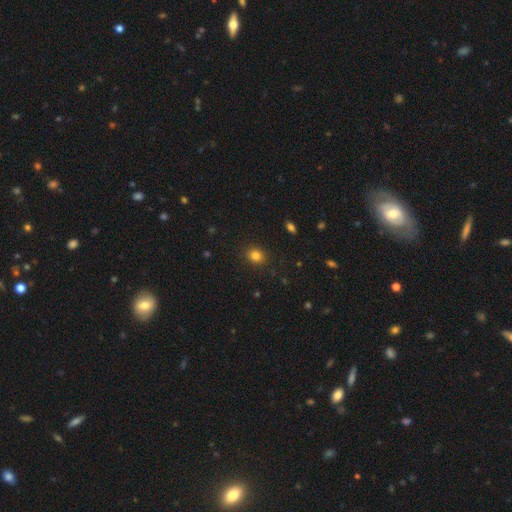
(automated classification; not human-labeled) Overall: smooth (82%). How rounded: round (59%; in between 40%). Merging: none (88%).